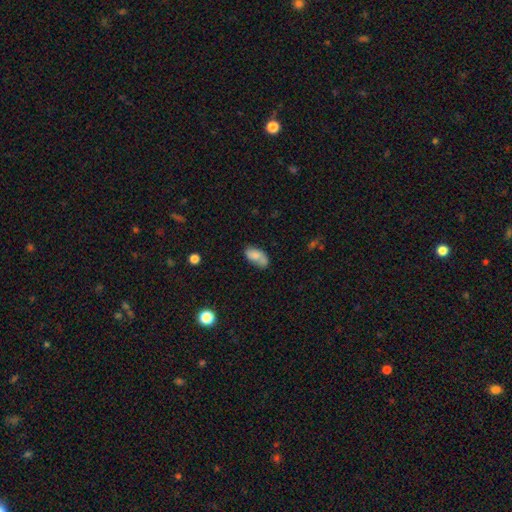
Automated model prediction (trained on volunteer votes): Morphology: type=smooth (74%); roundness=in between (92%); merging=none (51%).